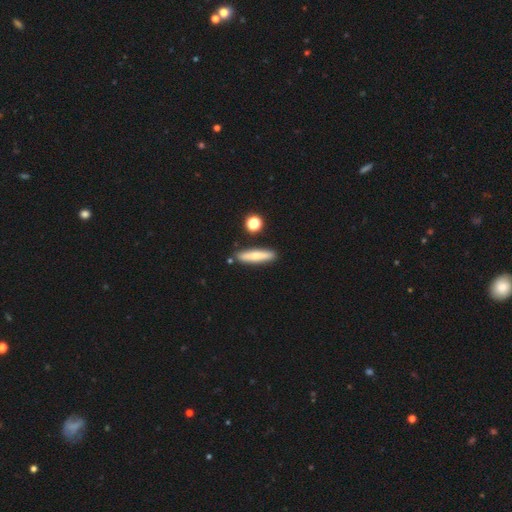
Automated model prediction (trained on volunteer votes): smooth 68%, featured or disk 25%, star or artifact 7%. Down the decision tree: how rounded — cigar-shaped (85%); merging — none (85%).